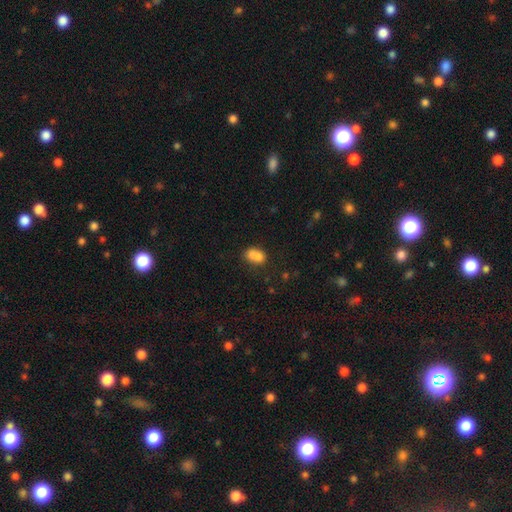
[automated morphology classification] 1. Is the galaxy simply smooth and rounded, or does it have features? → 73% smooth, 17% featured or disk, 10% star or artifact.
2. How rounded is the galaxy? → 60% in between, 38% round, 2% cigar-shaped.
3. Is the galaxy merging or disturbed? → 58% merger, 28% none, 10% minor disturbance, 4% major disturbance.